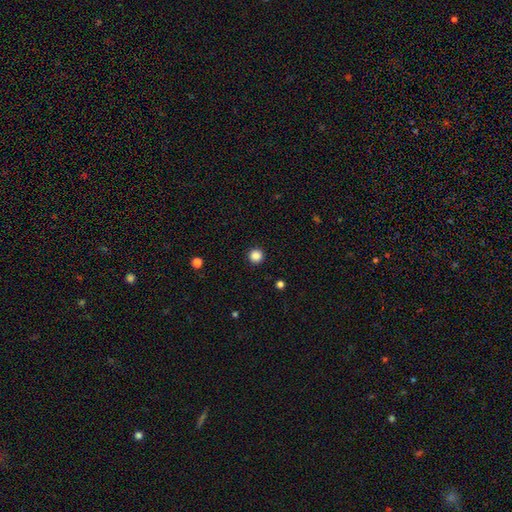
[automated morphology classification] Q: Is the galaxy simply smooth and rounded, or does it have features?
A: smooth — 86%.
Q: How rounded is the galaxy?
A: round — 96%.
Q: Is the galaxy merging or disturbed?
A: none — 93%.